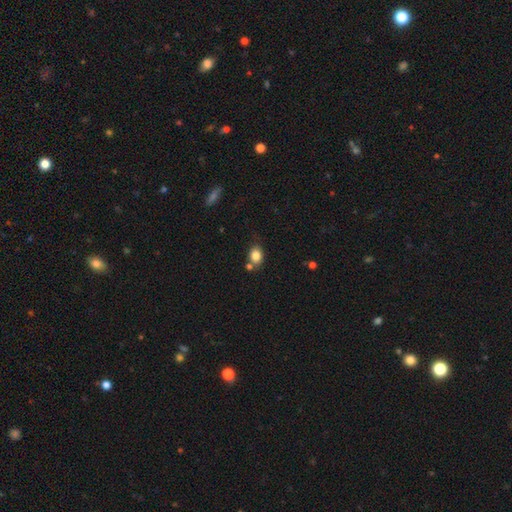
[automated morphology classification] type=smooth (83%); roundness=in between (59%); merging=none (65%).